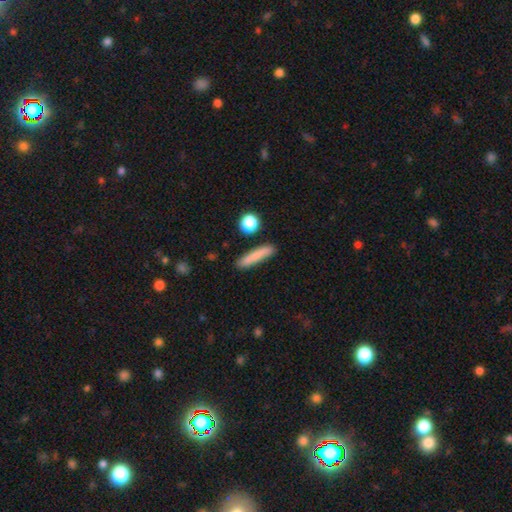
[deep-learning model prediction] Smooth or featured?
  - smooth: 77% *
  - featured or disk: 15%
  - star or artifact: 8%
How rounded?
  - cigar-shaped: 86% *
  - in between: 10%
  - round: 3%
Merging?
  - none: 85% *
  - minor disturbance: 10%
  - merger: 3%
  - major disturbance: 2%